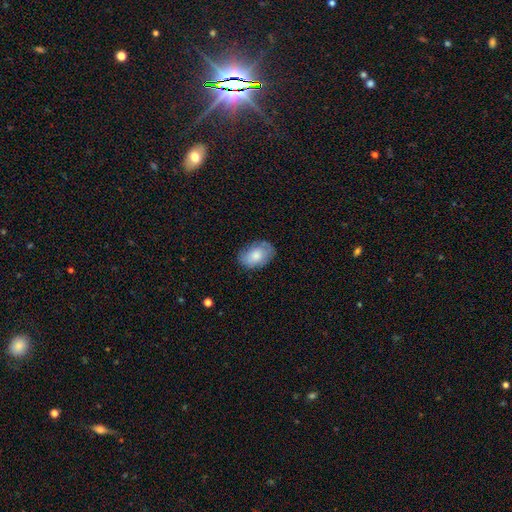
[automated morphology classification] smooth 76%, featured or disk 18%, star or artifact 7%. Down the decision tree: how rounded — in between (89%); merging — none (77%).